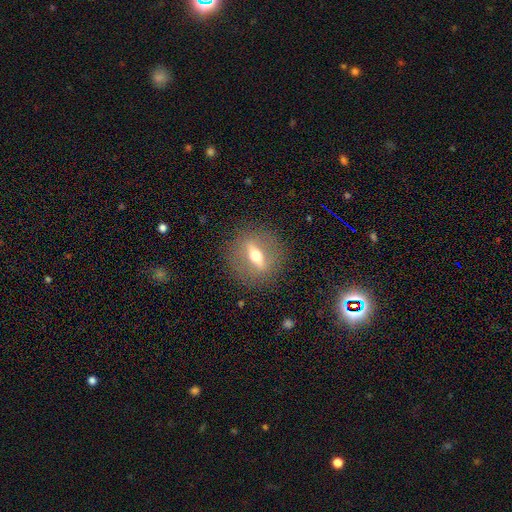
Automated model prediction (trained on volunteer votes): featured or disk 70%, smooth 21%, star or artifact 8%. Down the decision tree: edge-on disk — yes (62%); merging — none (87%).